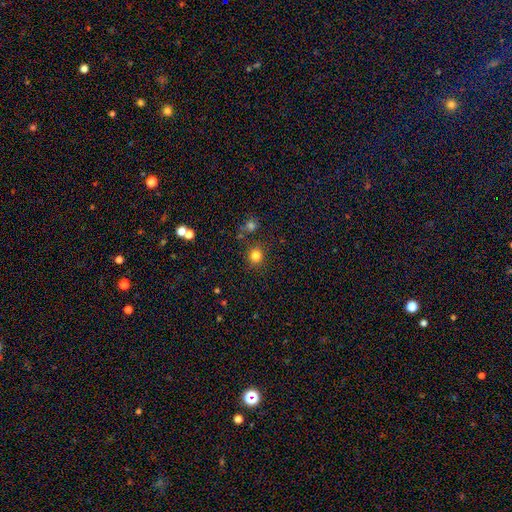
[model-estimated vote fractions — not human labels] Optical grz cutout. It shows a smooth galaxy with no disk features (81%) that is round (84%). Merging: none (83%).